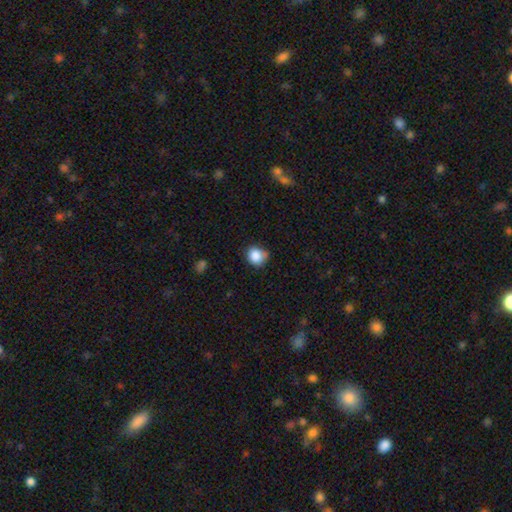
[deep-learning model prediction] Q: Smooth or featured?
A: smooth (87%); runner-up: star or artifact (9%)
Q: How rounded?
A: round (78%); runner-up: in between (21%)
Q: Merging?
A: none (65%); runner-up: minor disturbance (27%)